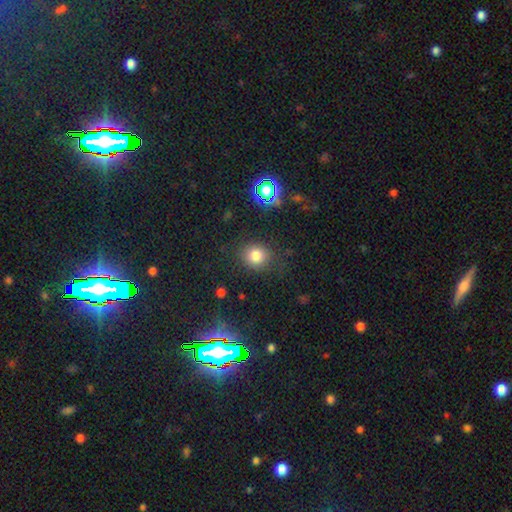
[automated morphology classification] The model was most divided on "how rounded": round: 77%, in between: 22%, cigar-shaped: 1%. More confident: merging — none (81%); smooth or featured — smooth (77%).